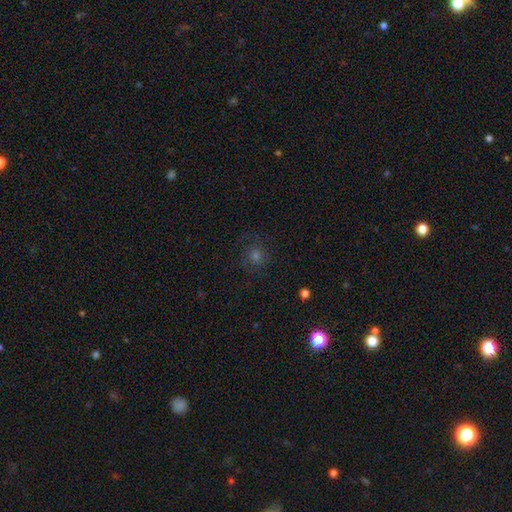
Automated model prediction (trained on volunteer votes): Q: Smooth or featured?
A: smooth (51%); runner-up: star or artifact (33%)
Q: How rounded?
A: round (90%); runner-up: in between (9%)
Q: Merging?
A: none (80%); runner-up: minor disturbance (12%)